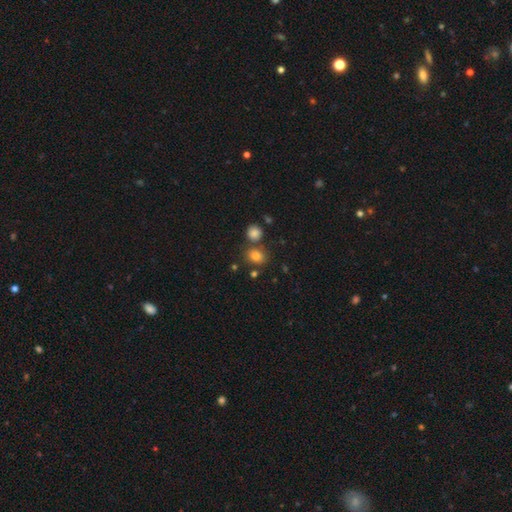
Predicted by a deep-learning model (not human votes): The model was most divided on "how rounded": round: 59%, in between: 40%, cigar-shaped: 1%. More confident: smooth or featured — smooth (79%); merging — none (66%).